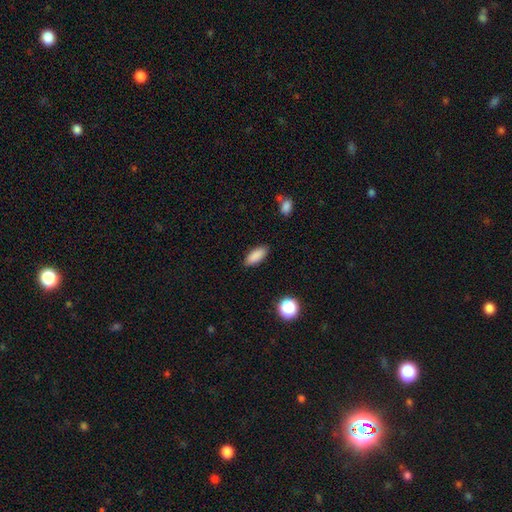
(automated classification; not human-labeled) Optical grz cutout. It shows a smooth galaxy with no disk features (87%) that is in between round and cigar-shaped (77%). Merging: none (87%).